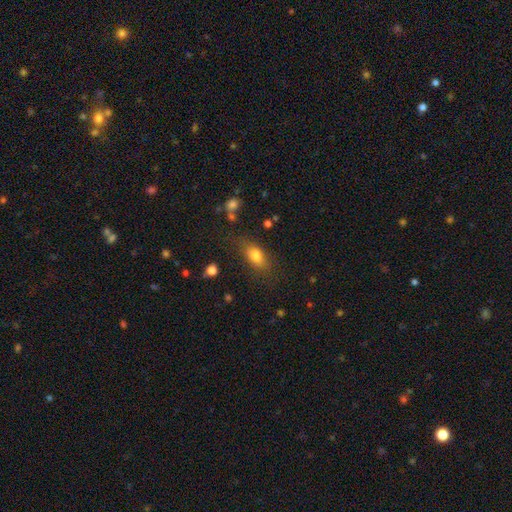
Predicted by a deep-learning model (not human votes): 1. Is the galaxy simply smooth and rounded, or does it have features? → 80% smooth, 10% star or artifact, 10% featured or disk.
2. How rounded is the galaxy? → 81% in between, 11% round, 7% cigar-shaped.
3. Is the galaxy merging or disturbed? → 70% none, 18% minor disturbance, 9% major disturbance, 3% merger.